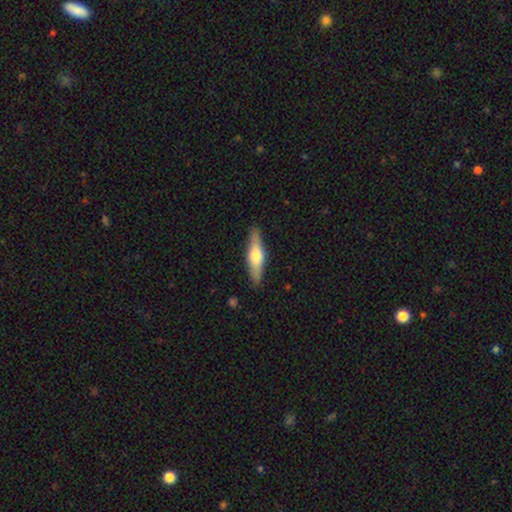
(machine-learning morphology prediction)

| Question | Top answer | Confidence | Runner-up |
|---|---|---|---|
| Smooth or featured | featured or disk | 50% | smooth (45%) |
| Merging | none | 88% | minor disturbance (9%) |